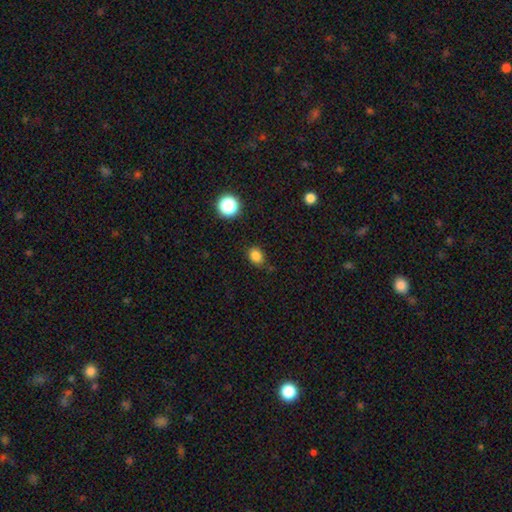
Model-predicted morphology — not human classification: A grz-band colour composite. It shows a smooth galaxy with no disk features (83%) that is in between round and cigar-shaped (52%). Merging: none (75%).